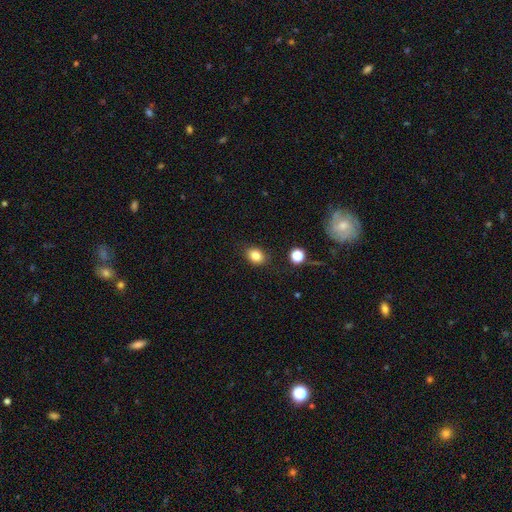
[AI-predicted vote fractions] Smooth or featured? Predicted: smooth (p=0.82). How rounded? Predicted: in between (p=0.59). Merging? Predicted: none (p=0.85).